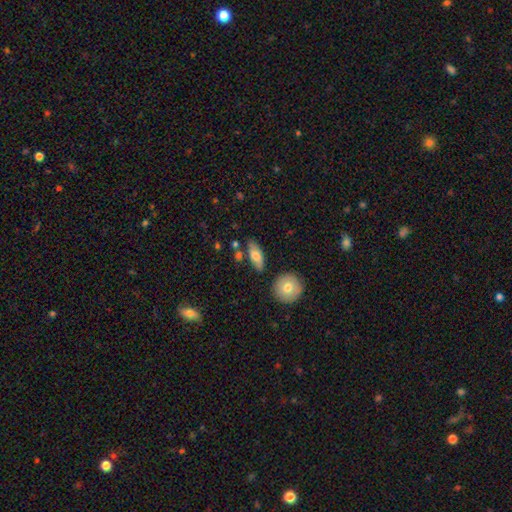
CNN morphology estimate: This appears to be a smooth galaxy with no disk features (73%) that is in between round and cigar-shaped (74%). Merging: none (75%).